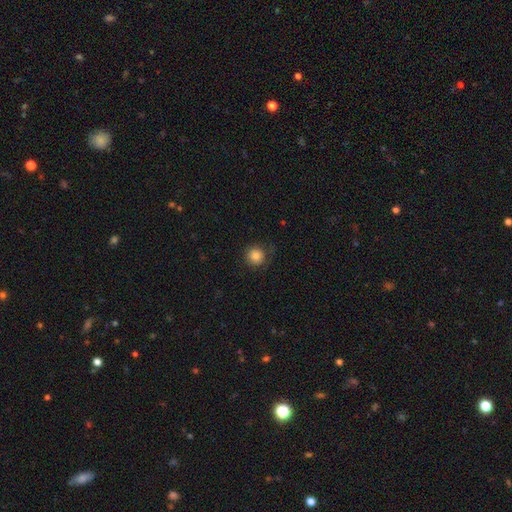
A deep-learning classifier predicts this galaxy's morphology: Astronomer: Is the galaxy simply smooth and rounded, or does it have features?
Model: smooth — 83%.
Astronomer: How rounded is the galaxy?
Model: round — 95%.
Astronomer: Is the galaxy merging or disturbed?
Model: none — 81%.